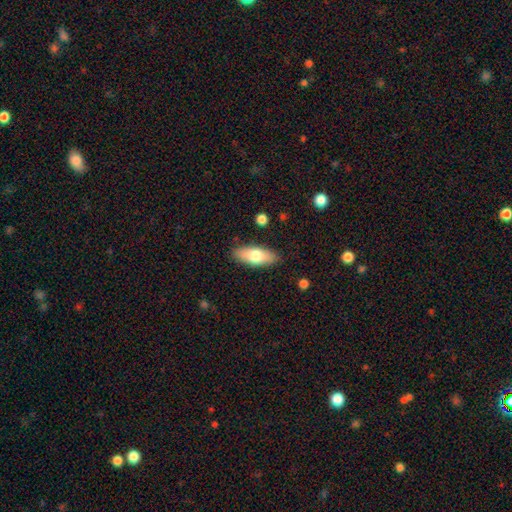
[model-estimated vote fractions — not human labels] smooth-or-featured: smooth: 72% | featured or disk: 23% | star or artifact: 6%
  how-rounded: in between: 76% | cigar-shaped: 22% | round: 3%
  merging: none: 87% | minor disturbance: 10% | major disturbance: 2% | merger: 1%